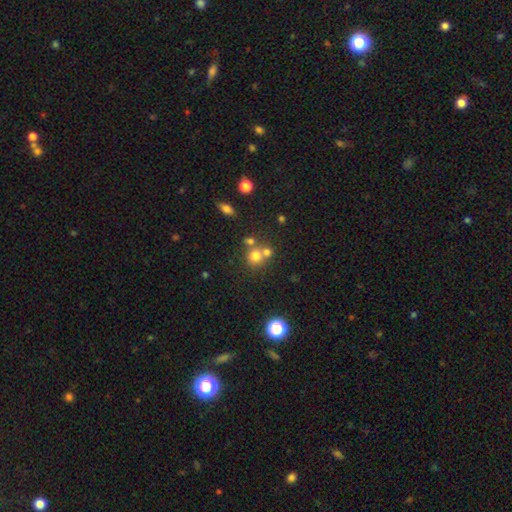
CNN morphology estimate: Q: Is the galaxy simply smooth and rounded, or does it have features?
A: smooth — 70%.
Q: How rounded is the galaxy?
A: round — 85%.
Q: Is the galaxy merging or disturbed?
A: none — 49%.